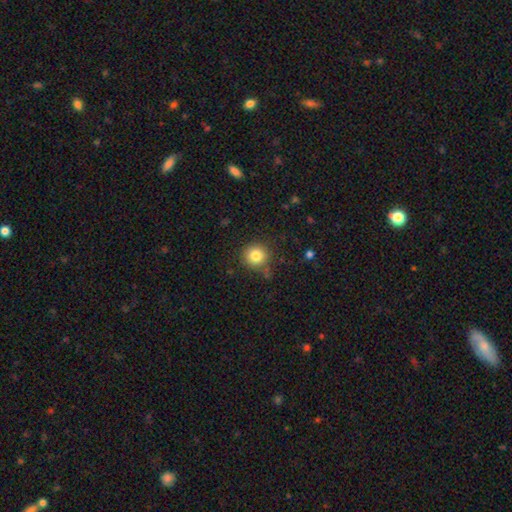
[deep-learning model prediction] Smooth or featured? smooth (82%)
How rounded? round (93%)
Merging? none (80%)